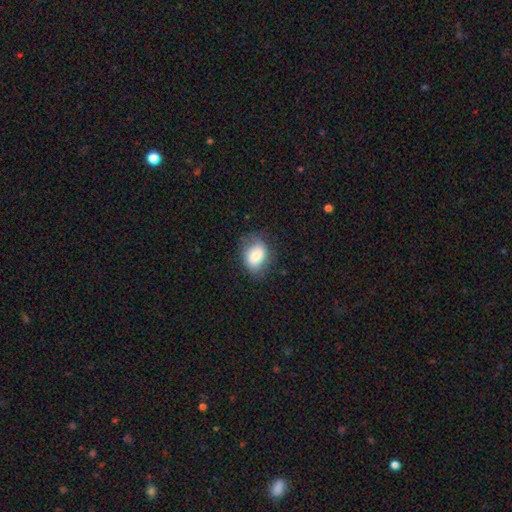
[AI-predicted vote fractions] Overall: smooth (76%). How rounded: in between (71%). Merging: none (69%).